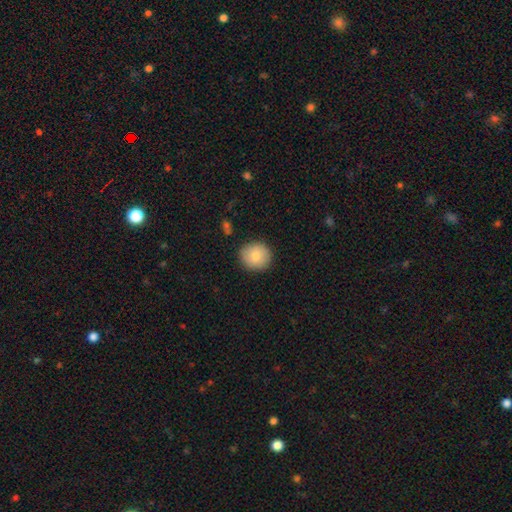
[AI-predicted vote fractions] A smooth galaxy with no disk features (84%) that is round (87%).

Vote fractions:
- Smooth or featured? smooth: 84% / featured or disk: 9% / star or artifact: 7%
- How rounded? round: 87% / in between: 12% / cigar-shaped: 1%
- Merging? none: 88% / minor disturbance: 9% / major disturbance: 2% / merger: 1%